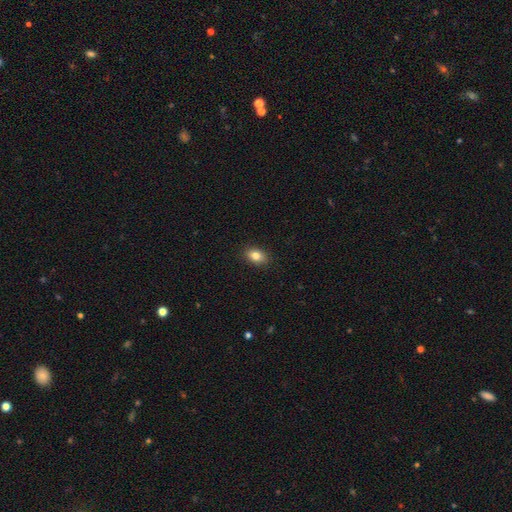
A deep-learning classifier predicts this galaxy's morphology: smooth-or-featured: smooth: 83% | star or artifact: 9% | featured or disk: 8%
  how-rounded: in between: 80% | round: 19% | cigar-shaped: 2%
  merging: none: 90% | minor disturbance: 8% | major disturbance: 2% | merger: 1%